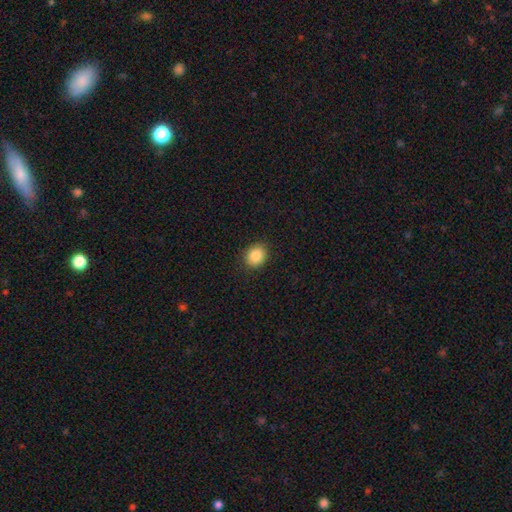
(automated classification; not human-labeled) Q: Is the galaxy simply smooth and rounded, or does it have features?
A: smooth — 86%.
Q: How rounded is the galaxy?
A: round — 60%.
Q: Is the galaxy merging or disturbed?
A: none — 89%.